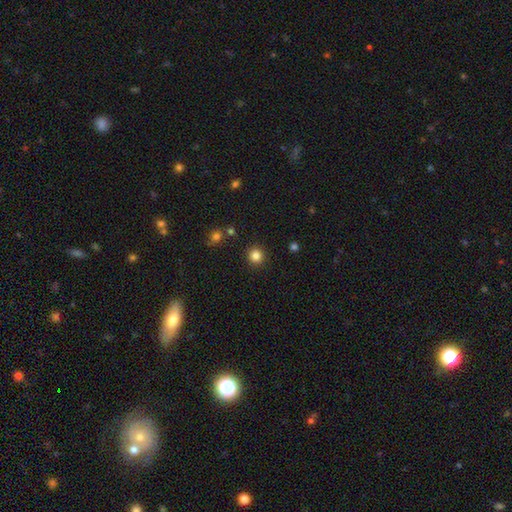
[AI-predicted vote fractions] Smooth or featured?
  - smooth: 83% *
  - star or artifact: 12%
  - featured or disk: 4%
How rounded?
  - round: 93% *
  - in between: 7%
  - cigar-shaped: 1%
Merging?
  - none: 91% *
  - minor disturbance: 5%
  - major disturbance: 2%
  - merger: 2%